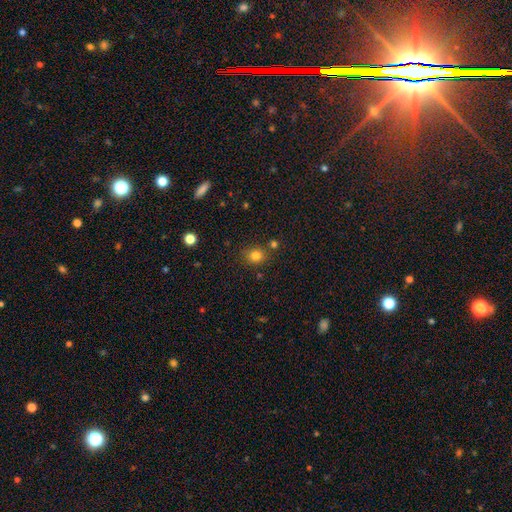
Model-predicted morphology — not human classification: A smooth galaxy with no disk features (81%) that is round (69%). Merging: none (77%).